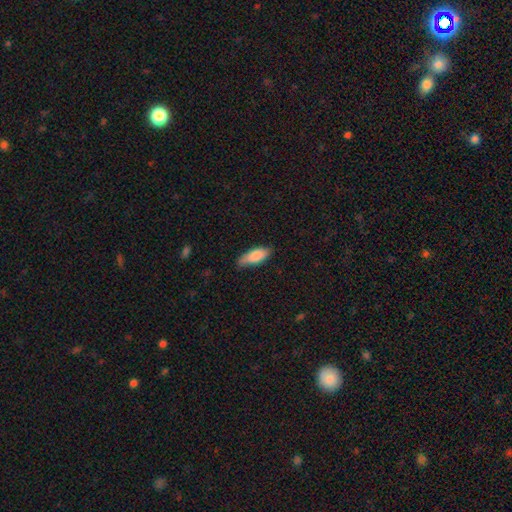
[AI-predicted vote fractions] This appears to be a smooth galaxy with no disk features (84%) that is in between round and cigar-shaped (72%). Merging: none (70%).